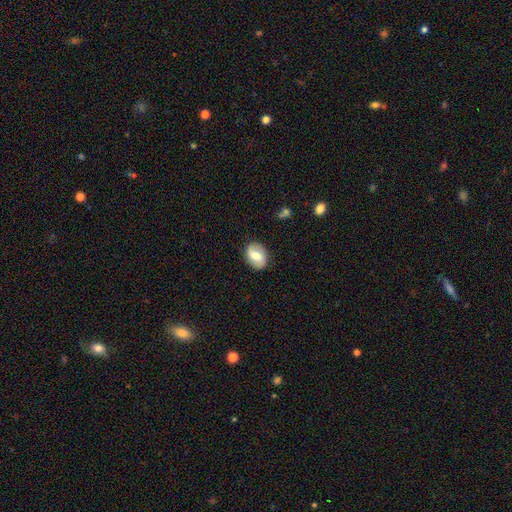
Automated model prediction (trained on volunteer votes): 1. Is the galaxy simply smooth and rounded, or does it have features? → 52% smooth, 41% featured or disk, 7% star or artifact.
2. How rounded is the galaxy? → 65% in between, 34% round, 1% cigar-shaped.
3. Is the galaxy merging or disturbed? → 86% none, 10% minor disturbance, 3% major disturbance, 1% merger.